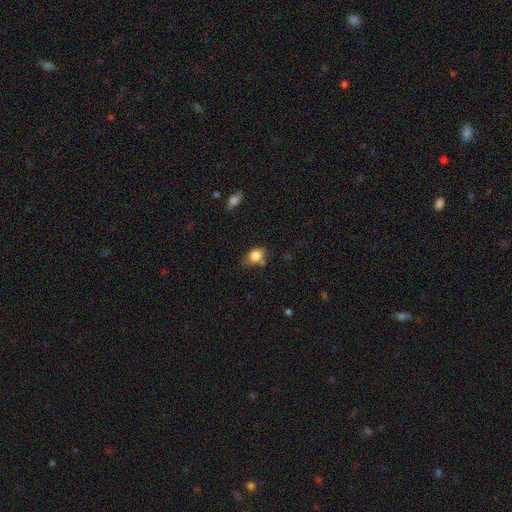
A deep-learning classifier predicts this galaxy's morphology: Q: Smooth or featured?
A: smooth (82%); runner-up: star or artifact (9%)
Q: How rounded?
A: in between (67%); runner-up: round (31%)
Q: Merging?
A: none (61%); runner-up: minor disturbance (26%)